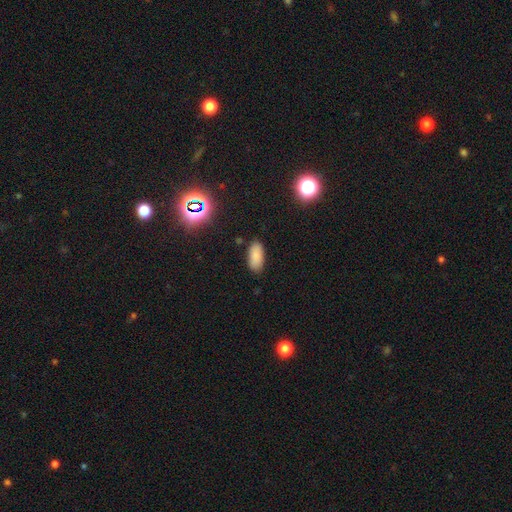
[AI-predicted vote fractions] A smooth galaxy with no disk features (83%) that is in between round and cigar-shaped (90%).

Vote fractions:
- Smooth or featured? smooth: 83% / star or artifact: 11% / featured or disk: 6%
- How rounded? in between: 90% / cigar-shaped: 7% / round: 2%
- Merging? none: 83% / minor disturbance: 13% / major disturbance: 3% / merger: 2%